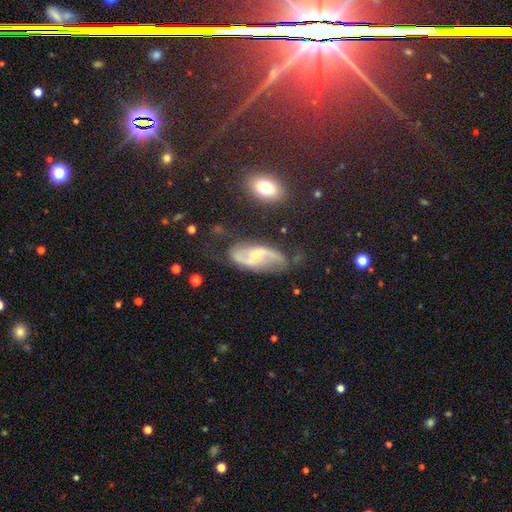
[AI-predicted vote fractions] featured or disk 84%, smooth 9%, star or artifact 6%. Down the decision tree: edge-on disk — no (95%); bar — weak (41%); spiral arms — yes (94%); spiral arm count — 2 (91%); spiral winding — loose (56%); bulge size — small (61%); merging — none (65%).